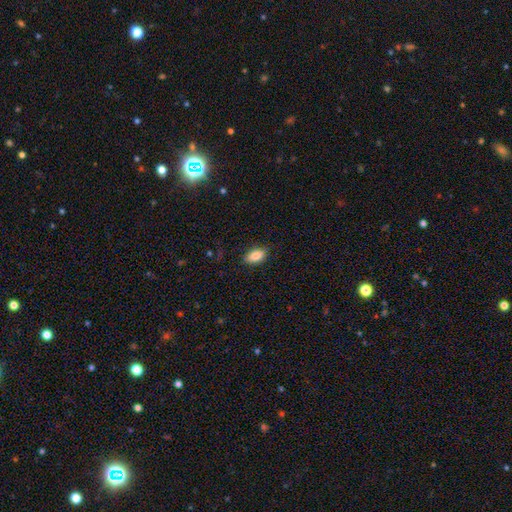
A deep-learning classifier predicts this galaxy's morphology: This appears to be a smooth galaxy with no disk features (85%) that is in between round and cigar-shaped (90%). Merging: none (85%).